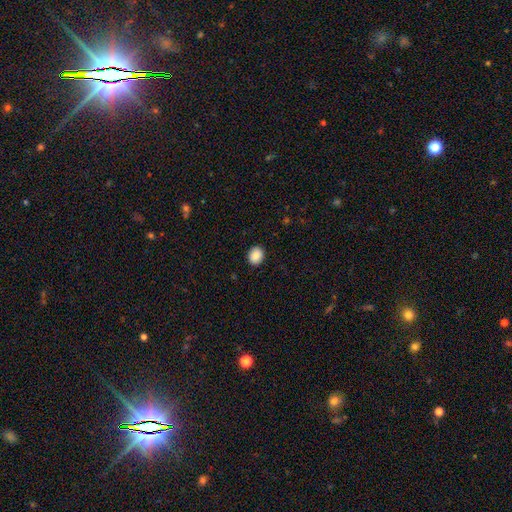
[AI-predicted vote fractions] Morphology: type=smooth (88%); roundness=round (64%); merging=none (91%).